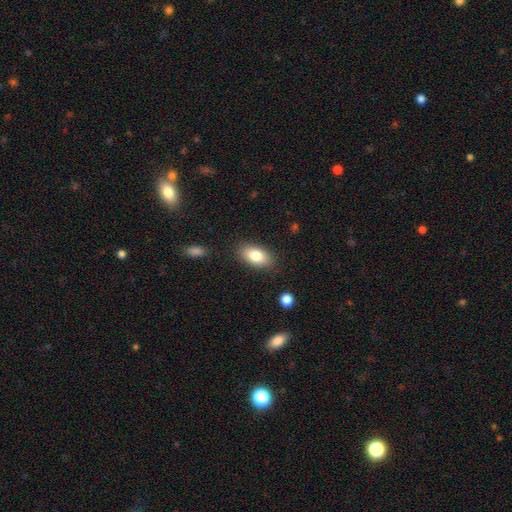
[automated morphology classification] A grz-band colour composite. It shows a smooth galaxy with no disk features (82%) that is in between round and cigar-shaped (92%). Merging: none (86%).